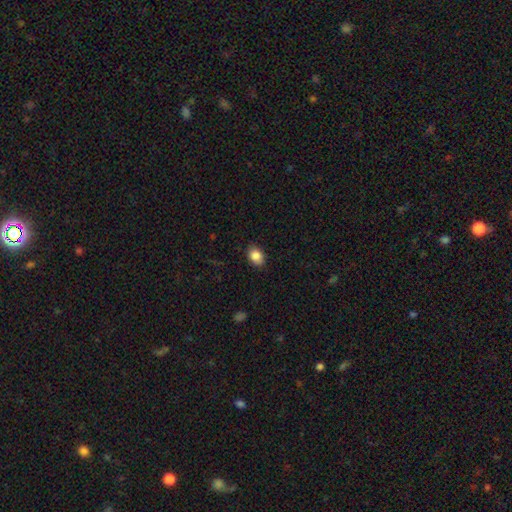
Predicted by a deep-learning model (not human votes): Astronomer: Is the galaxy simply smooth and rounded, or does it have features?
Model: smooth — 86%.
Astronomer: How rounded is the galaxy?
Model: in between — 71%.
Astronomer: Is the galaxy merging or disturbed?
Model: none — 84%.